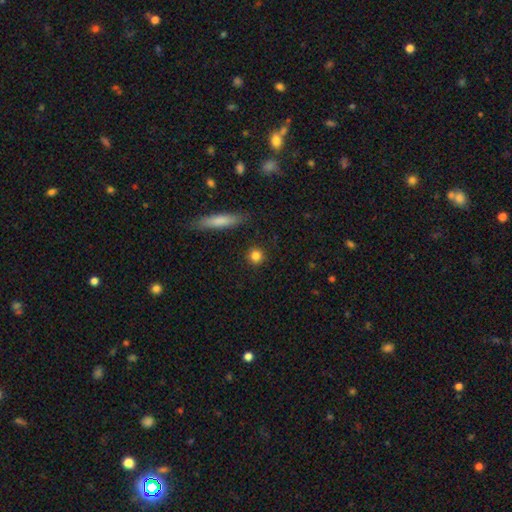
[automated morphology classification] A smooth galaxy with no disk features (83%) that is round (88%).

Vote fractions:
- Smooth or featured? smooth: 83% / star or artifact: 10% / featured or disk: 7%
- How rounded? round: 88% / in between: 9% / cigar-shaped: 3%
- Merging? none: 89% / minor disturbance: 7% / major disturbance: 2% / merger: 2%